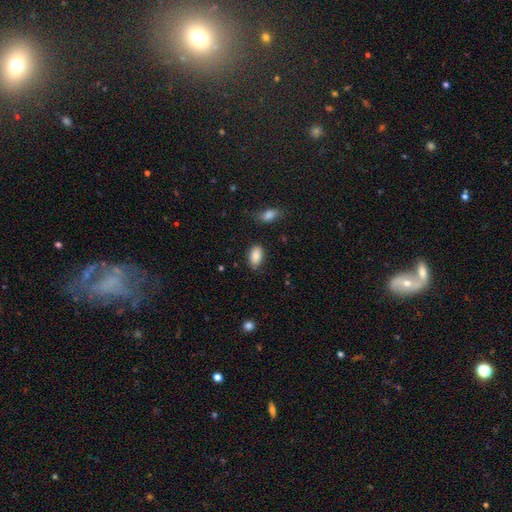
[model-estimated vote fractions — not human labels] Morphology: type=smooth (87%); roundness=in between (92%); merging=none (79%).